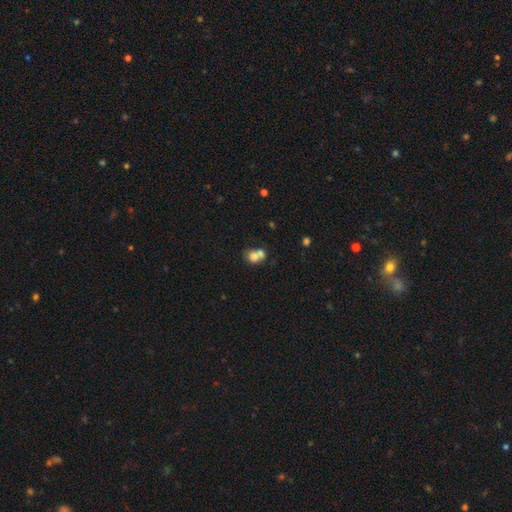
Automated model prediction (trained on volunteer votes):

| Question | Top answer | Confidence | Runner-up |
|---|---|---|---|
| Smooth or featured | smooth | 73% | featured or disk (16%) |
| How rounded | round | 58% | in between (41%) |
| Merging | merger | 60% | none (28%) |